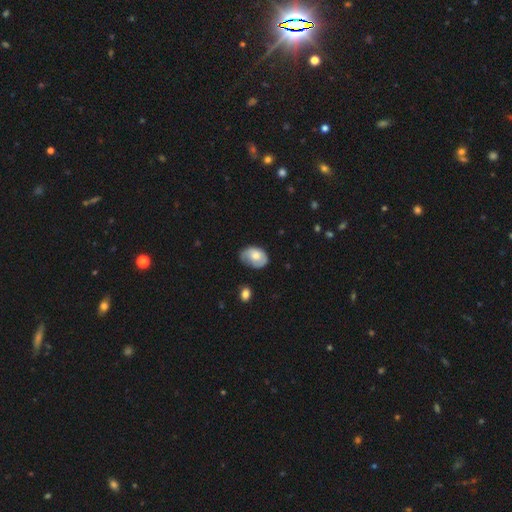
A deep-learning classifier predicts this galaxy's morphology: Q: Smooth or featured?
A: smooth (61%); runner-up: featured or disk (33%)
Q: How rounded?
A: in between (77%); runner-up: round (22%)
Q: Merging?
A: none (51%); runner-up: minor disturbance (36%)